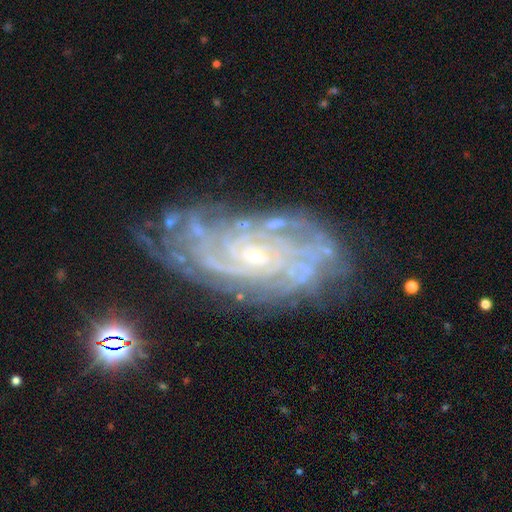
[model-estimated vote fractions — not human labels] Overall: featured or disk (87%). Edge-on disk: no (95%). Bar: no (66%; weak 27%). Spiral arms: yes (95%). Spiral arm count: can't tell (40%; 4 16%). Spiral winding: tight (68%). Bulge size: small (74%). Merging: none (67%).